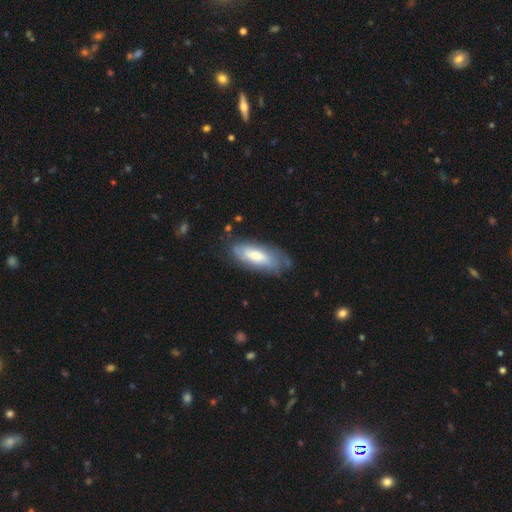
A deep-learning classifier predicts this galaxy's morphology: Q: Smooth or featured?
A: smooth (61%); runner-up: featured or disk (33%)
Q: How rounded?
A: in between (71%); runner-up: cigar-shaped (27%)
Q: Merging?
A: none (65%); runner-up: minor disturbance (25%)